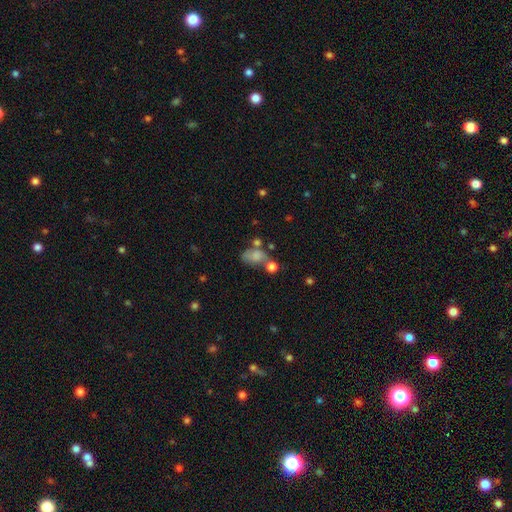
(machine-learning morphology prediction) Smooth or featured? smooth (68%)
How rounded? in between (77%)
Merging? merger (33%)